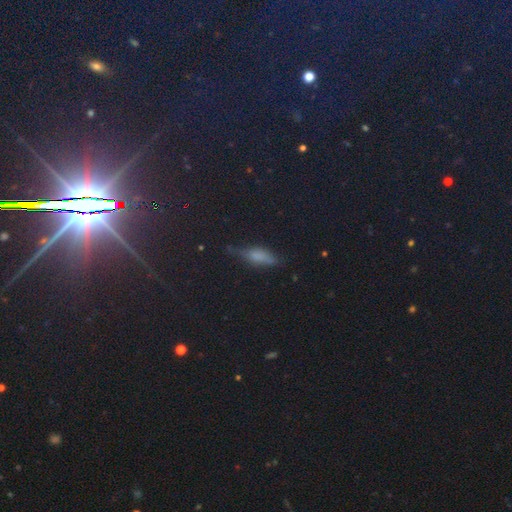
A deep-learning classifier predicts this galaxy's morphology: Overall: smooth (41%; star or artifact 30%). Merging: none (77%).